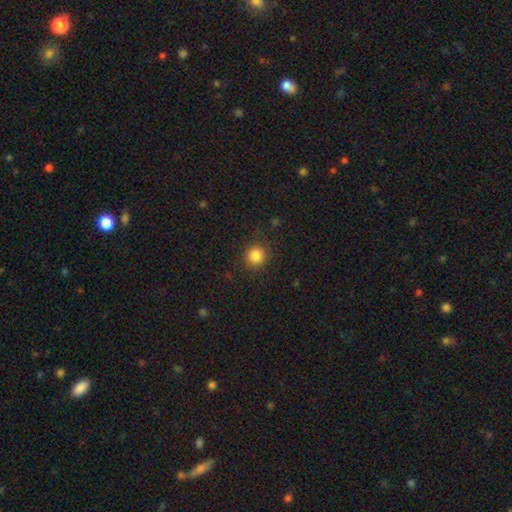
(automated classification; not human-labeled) smooth_or_featured: smooth (p=0.85) [alt: star or artifact p=0.11]
how_rounded: round (p=0.91) [alt: in between p=0.08]
merging: none (p=0.88) [alt: minor disturbance p=0.08]